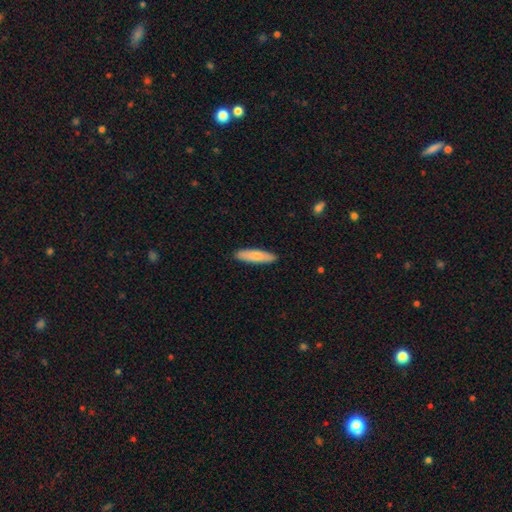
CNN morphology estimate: type=smooth (76%); roundness=cigar-shaped (76%); merging=none (90%).